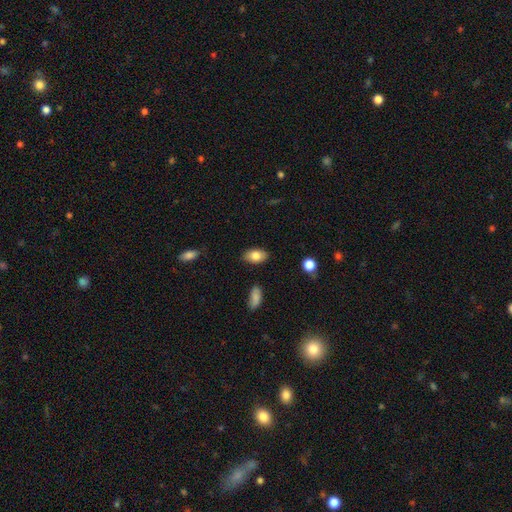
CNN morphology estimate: Smooth or featured: smooth — 82% (featured or disk — 11%)
How rounded: in between — 92% (round — 6%)
Merging: none — 85% (minor disturbance — 11%)